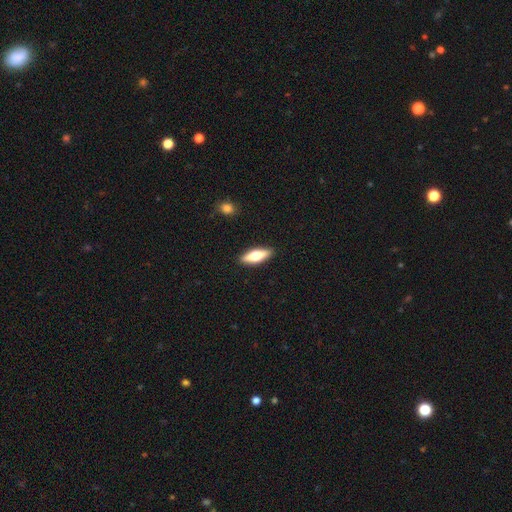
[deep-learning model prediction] This appears to be a smooth galaxy with no disk features (58%) that is in between round and cigar-shaped (52%). Merging: none (90%).